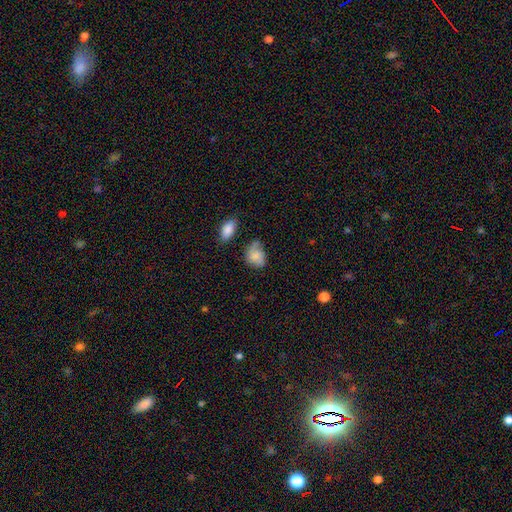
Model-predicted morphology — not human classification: Overall: smooth (80%). How rounded: in between (62%; round 37%). Merging: none (46%; minor disturbance 35%).